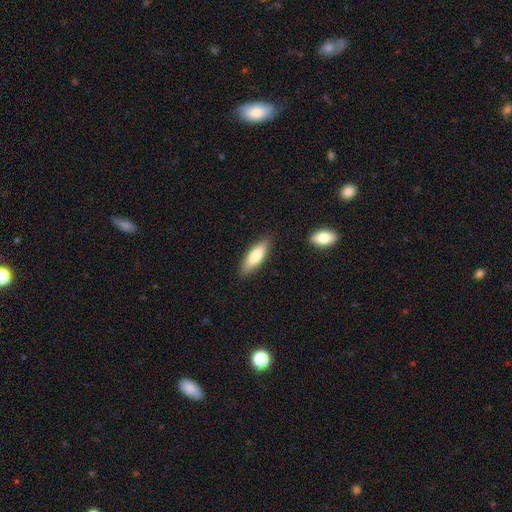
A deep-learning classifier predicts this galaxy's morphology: Smooth or featured? smooth (79%)
How rounded? in between (55%)
Merging? none (86%)